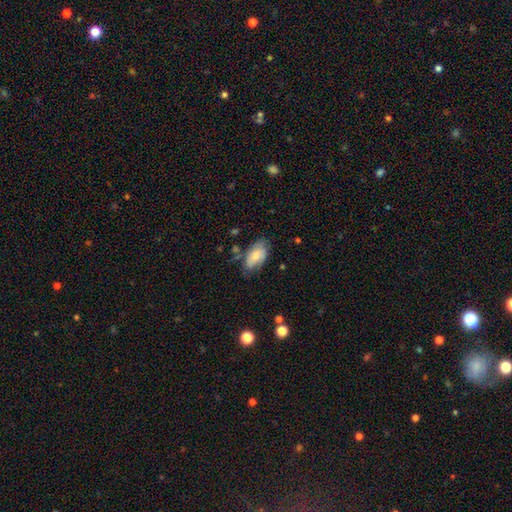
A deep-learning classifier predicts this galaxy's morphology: Smooth or featured: smooth — 66% (featured or disk — 27%)
How rounded: in between — 93% (round — 4%)
Merging: none — 57% (minor disturbance — 30%)